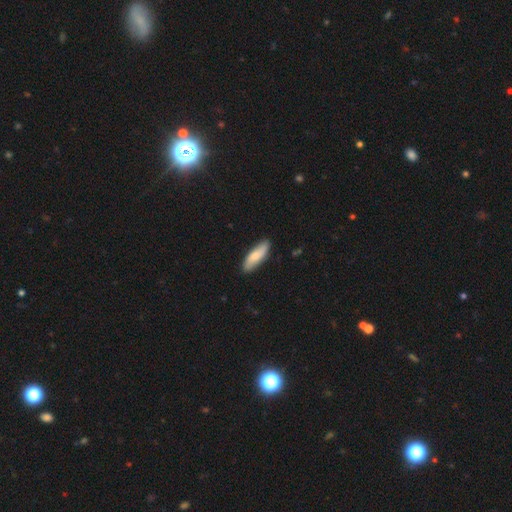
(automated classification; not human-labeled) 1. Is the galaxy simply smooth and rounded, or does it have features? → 76% smooth, 19% featured or disk, 5% star or artifact.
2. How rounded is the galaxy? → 52% in between, 46% cigar-shaped, 2% round.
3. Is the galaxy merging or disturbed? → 87% none, 10% minor disturbance, 2% major disturbance, 1% merger.